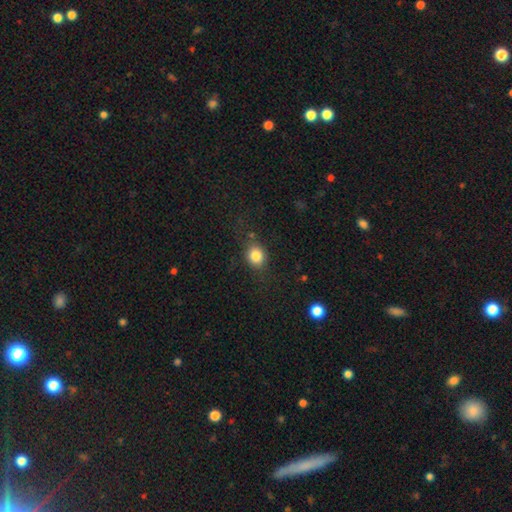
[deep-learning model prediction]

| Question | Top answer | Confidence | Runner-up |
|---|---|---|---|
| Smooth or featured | smooth | 83% | star or artifact (10%) |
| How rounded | round | 65% | in between (34%) |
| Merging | none | 75% | minor disturbance (16%) |